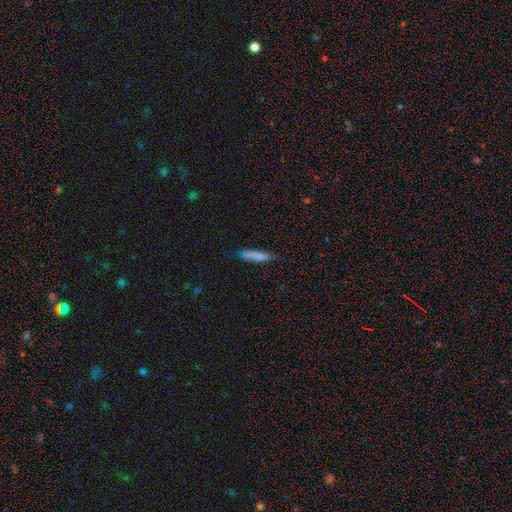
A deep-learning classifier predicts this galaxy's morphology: A smooth galaxy with no disk features (77%) that is cigar-shaped (90%).

Vote fractions:
- Smooth or featured? smooth: 77% / featured or disk: 16% / star or artifact: 7%
- How rounded? cigar-shaped: 90% / in between: 9% / round: 2%
- Merging? none: 79% / minor disturbance: 16% / major disturbance: 3% / merger: 2%